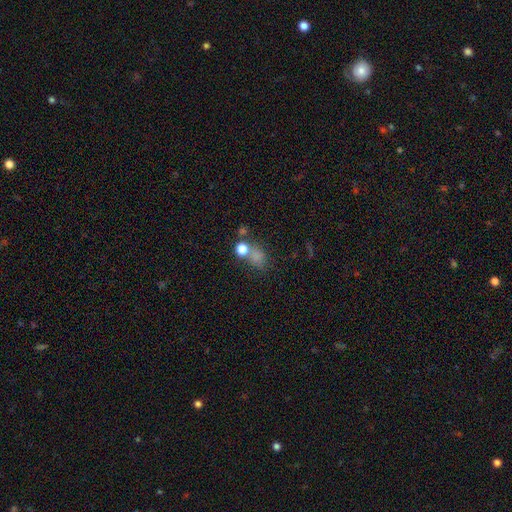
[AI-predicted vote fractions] Smooth or featured: smooth — 68% (star or artifact — 22%)
How rounded: round — 61% (in between — 37%)
Merging: none — 47% (merger — 25%)